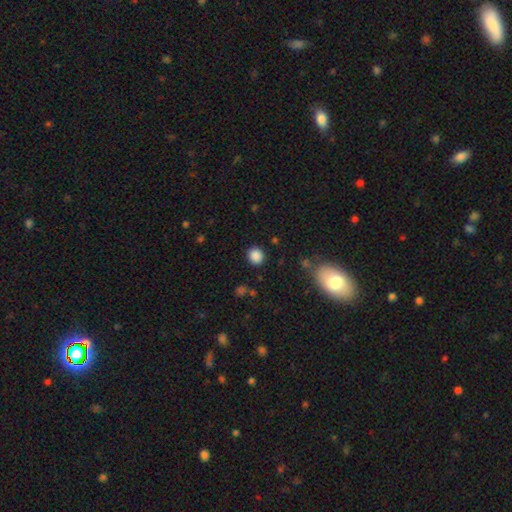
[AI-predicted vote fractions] smooth-or-featured: smooth: 87% | star or artifact: 10% | featured or disk: 3%
  how-rounded: round: 85% | in between: 14% | cigar-shaped: 1%
  merging: none: 89% | minor disturbance: 7% | major disturbance: 3% | merger: 2%